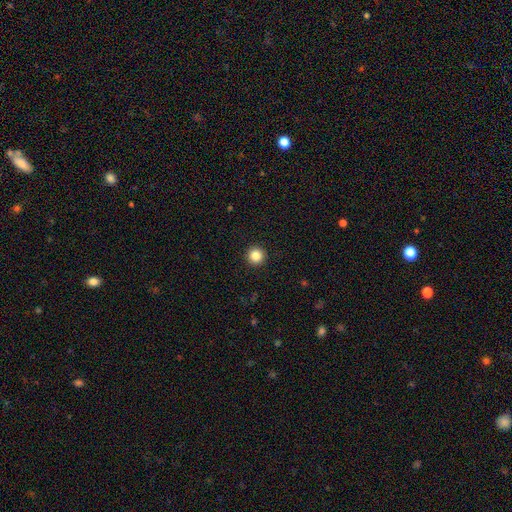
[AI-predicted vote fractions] Overall: smooth (85%). How rounded: round (96%). Merging: none (94%).